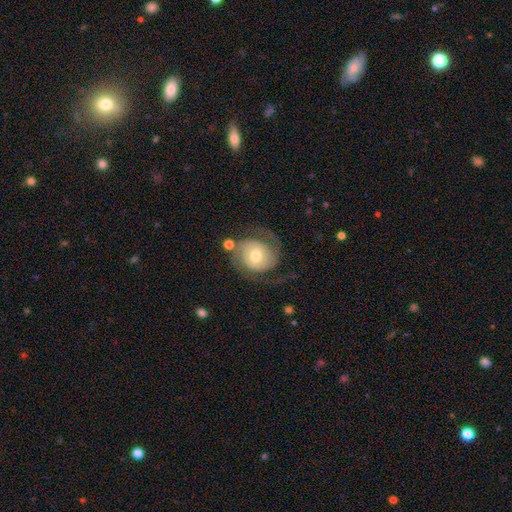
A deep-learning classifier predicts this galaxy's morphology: A featured or disk galaxy (77%) with no bar (66%), 2 (83%) medium (40%) spiral arms (92%) and a moderate central bulge (69%). Merging: none (62%).